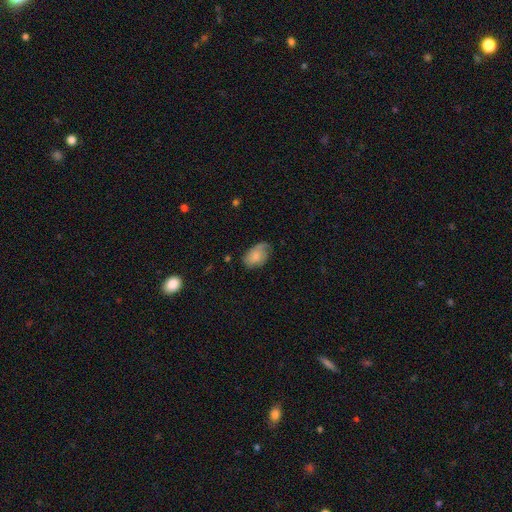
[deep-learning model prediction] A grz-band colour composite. It shows a smooth galaxy with no disk features (62%) that is in between round and cigar-shaped (89%). Merging: none (55%).